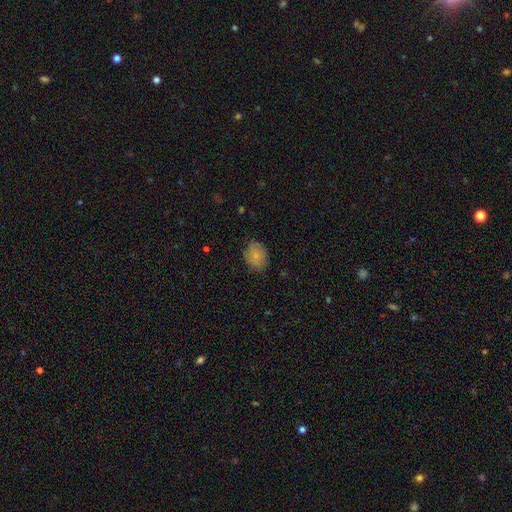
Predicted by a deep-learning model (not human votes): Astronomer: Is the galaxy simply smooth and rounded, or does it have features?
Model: smooth — 79%.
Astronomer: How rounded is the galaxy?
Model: in between — 70%.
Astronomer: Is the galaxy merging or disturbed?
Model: none — 78%.